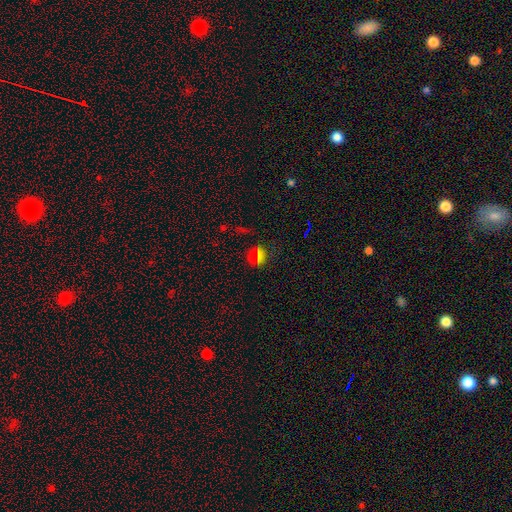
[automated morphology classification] This appears to be a smooth galaxy with no disk features (56%) that is round (71%). Merging: none (82%).